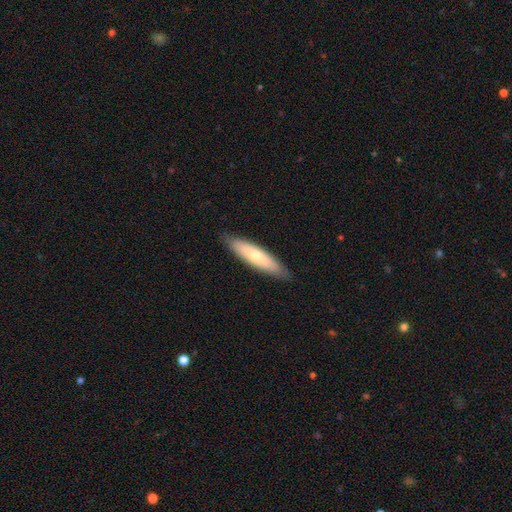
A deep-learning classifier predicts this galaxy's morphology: Q: Smooth or featured?
A: smooth (61%); runner-up: featured or disk (34%)
Q: How rounded?
A: cigar-shaped (76%); runner-up: in between (23%)
Q: Merging?
A: none (87%); runner-up: minor disturbance (10%)